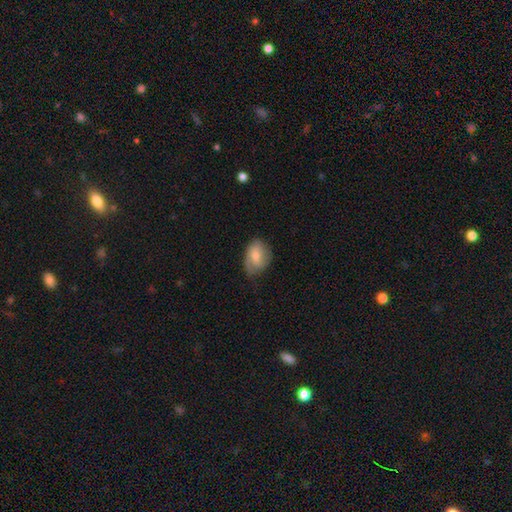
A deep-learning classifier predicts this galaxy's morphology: Overall: smooth (63%; featured or disk 31%). How rounded: in between (78%). Merging: none (58%; minor disturbance 32%).